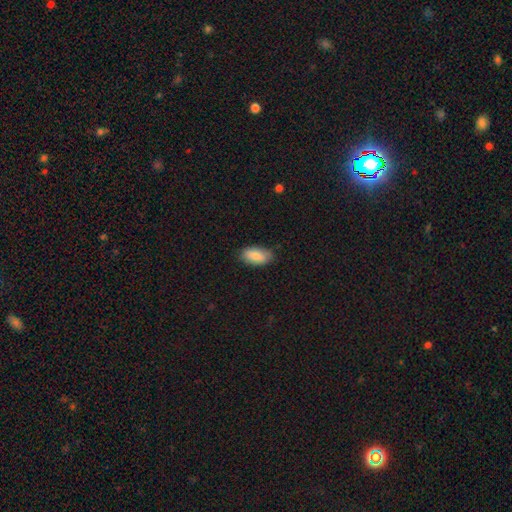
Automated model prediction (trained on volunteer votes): The model was most divided on "merging": none: 79%, minor disturbance: 17%, major disturbance: 3%, merger: 1%. More confident: how rounded — in between (92%); smooth or featured — smooth (85%).